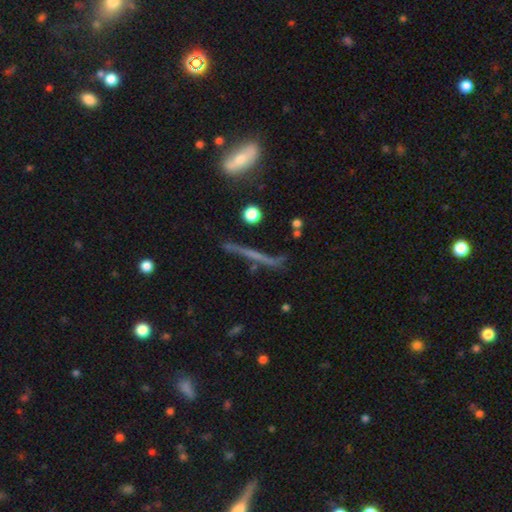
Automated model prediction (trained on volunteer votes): This is possibly a featured or disk galaxy (59%). It is clearly viewed edge-on (89%). Edge-on bulge: likely none (73%). Merging: likely none (76%).